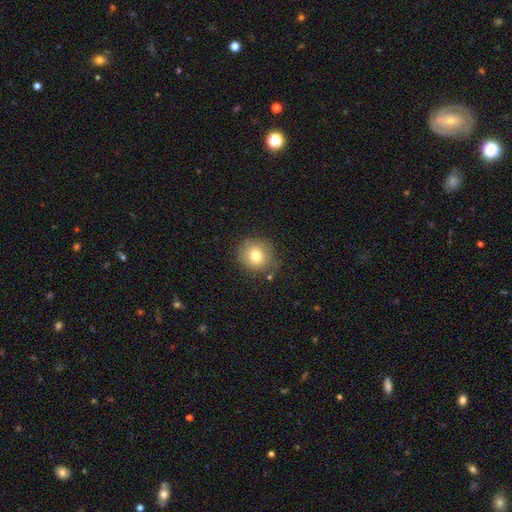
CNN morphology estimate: The model was most divided on "merging": none: 77%, minor disturbance: 16%, major disturbance: 4%, merger: 3%. More confident: how rounded — round (87%); smooth or featured — smooth (77%).